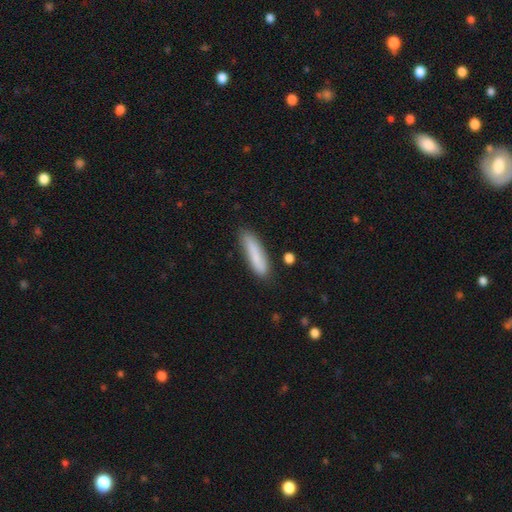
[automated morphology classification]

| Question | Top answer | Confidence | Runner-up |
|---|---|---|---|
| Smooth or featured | smooth | 78% | featured or disk (16%) |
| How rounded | cigar-shaped | 75% | in between (24%) |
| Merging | none | 78% | minor disturbance (16%) |